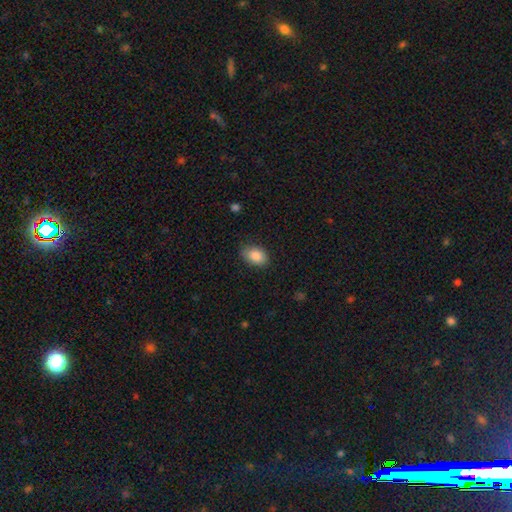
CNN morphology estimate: Smooth or featured? smooth (87%)
How rounded? in between (84%)
Merging? none (80%)